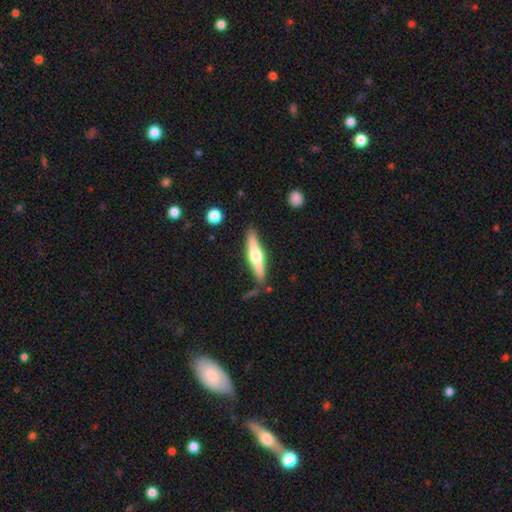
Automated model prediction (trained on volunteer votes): smooth-or-featured: featured or disk: 61% | smooth: 34% | star or artifact: 5%
  disk-edge-on: yes: 96% | no: 4%
    edge-on-bulge: rounded: 93% | boxy: 4% | none: 3%
  merging: none: 82% | minor disturbance: 12% | merger: 3% | major disturbance: 3%